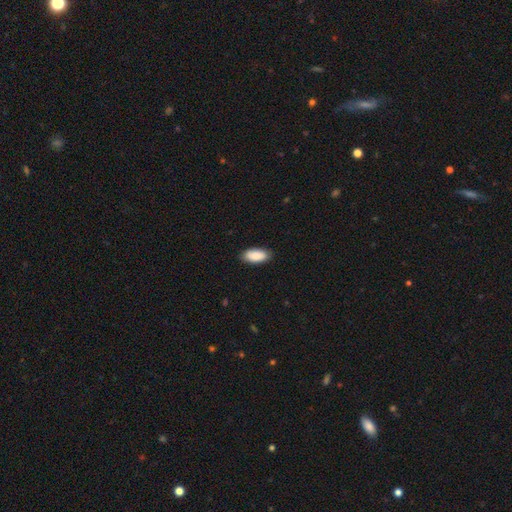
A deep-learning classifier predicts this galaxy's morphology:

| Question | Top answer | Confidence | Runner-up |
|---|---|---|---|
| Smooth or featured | smooth | 90% | star or artifact (6%) |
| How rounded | in between | 90% | cigar-shaped (8%) |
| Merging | none | 87% | minor disturbance (10%) |